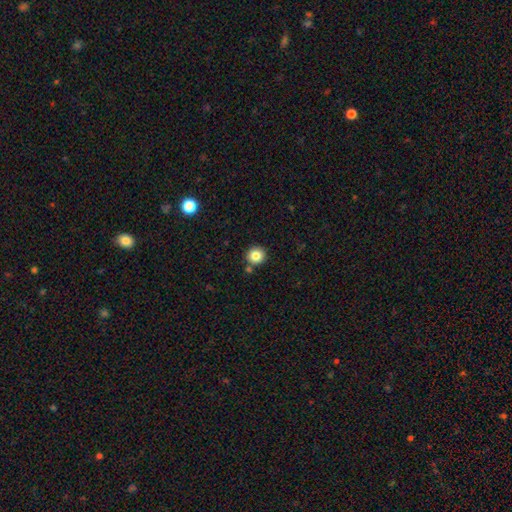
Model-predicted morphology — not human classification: A smooth galaxy with no disk features (83%) that is round (93%).

Vote fractions:
- Smooth or featured? smooth: 83% / star or artifact: 10% / featured or disk: 6%
- How rounded? round: 93% / in between: 6% / cigar-shaped: 1%
- Merging? none: 84% / minor disturbance: 7% / merger: 7% / major disturbance: 2%